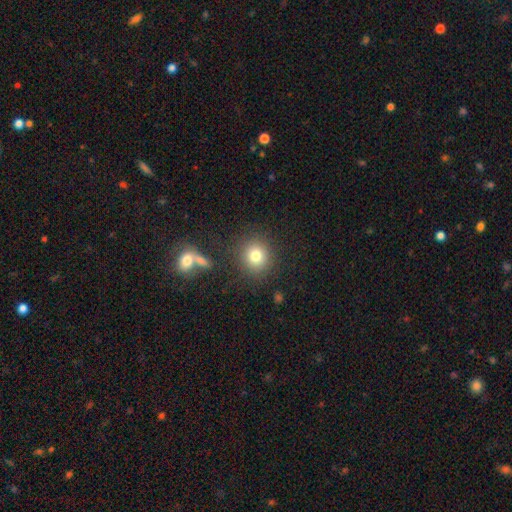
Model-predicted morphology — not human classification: Smooth or featured: smooth — 79% (star or artifact — 12%)
How rounded: round — 88% (in between — 11%)
Merging: none — 83% (minor disturbance — 8%)